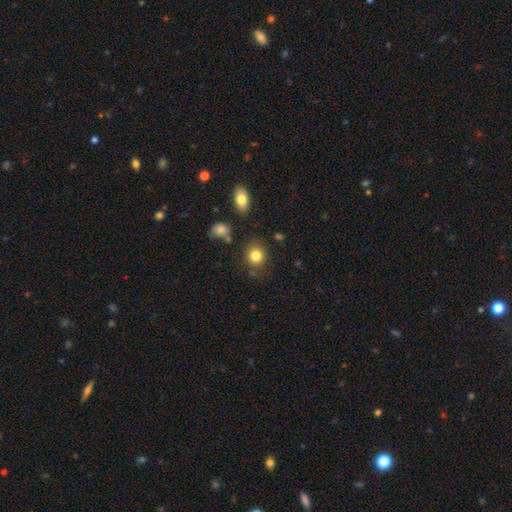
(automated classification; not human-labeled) Q: Smooth or featured?
A: smooth (83%); runner-up: star or artifact (11%)
Q: How rounded?
A: round (81%); runner-up: in between (18%)
Q: Merging?
A: none (82%); runner-up: minor disturbance (11%)